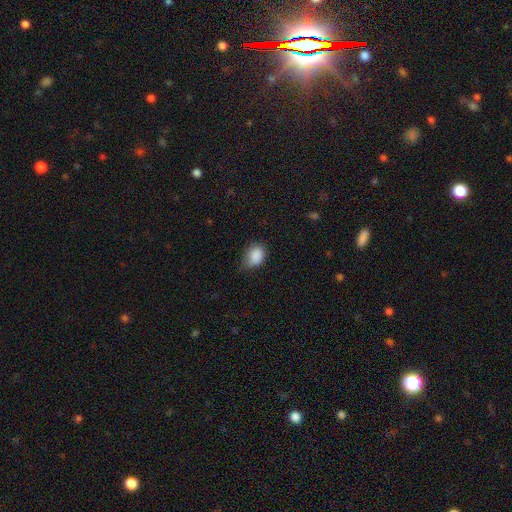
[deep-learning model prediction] smooth_or_featured: smooth (p=0.87) [alt: star or artifact p=0.08]
how_rounded: in between (p=0.66) [alt: round p=0.33]
merging: none (p=0.49) [alt: minor disturbance p=0.40]